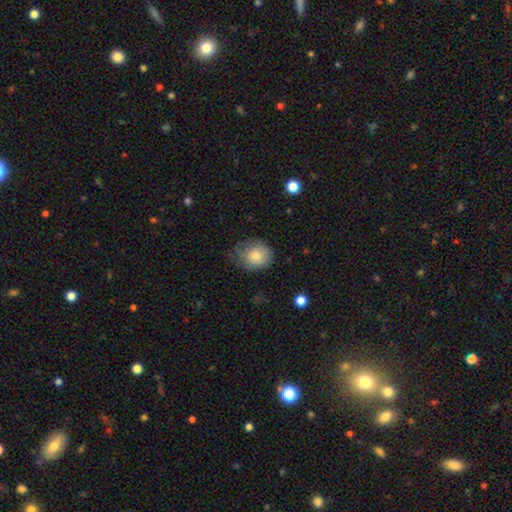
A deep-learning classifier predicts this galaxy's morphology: This is likely a smooth galaxy (79%). How rounded: possibly round (59%). Merging: possibly none (58%).